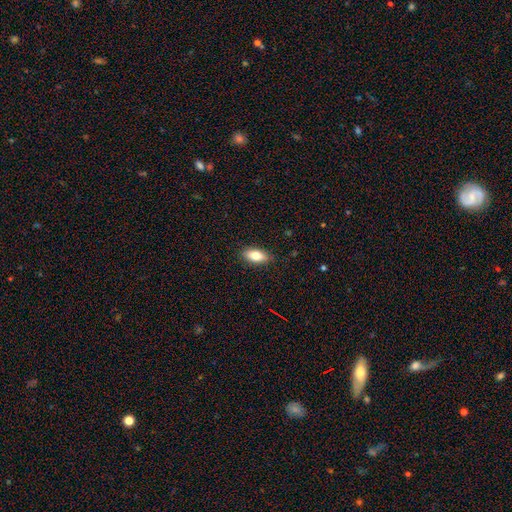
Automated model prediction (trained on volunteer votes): Q: Smooth or featured?
A: smooth (78%); runner-up: featured or disk (15%)
Q: How rounded?
A: in between (87%); runner-up: cigar-shaped (10%)
Q: Merging?
A: none (87%); runner-up: minor disturbance (10%)